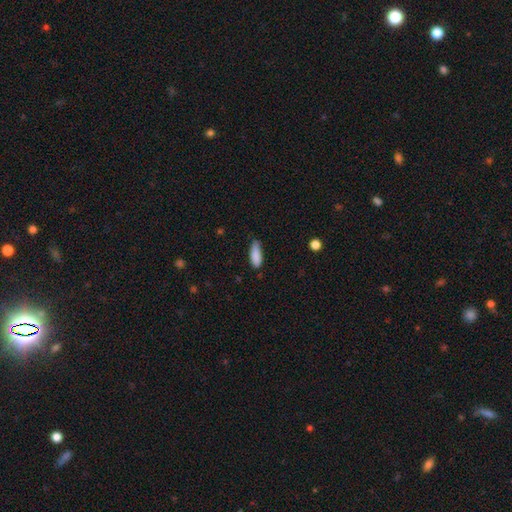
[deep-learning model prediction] Q: Smooth or featured?
A: smooth (87%); runner-up: star or artifact (7%)
Q: How rounded?
A: in between (67%); runner-up: cigar-shaped (31%)
Q: Merging?
A: none (58%); runner-up: minor disturbance (34%)